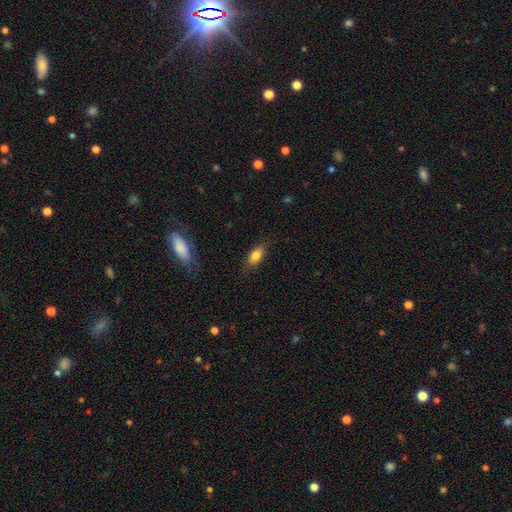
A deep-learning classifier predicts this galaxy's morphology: Overall: smooth (79%). How rounded: in between (80%). Merging: none (78%).